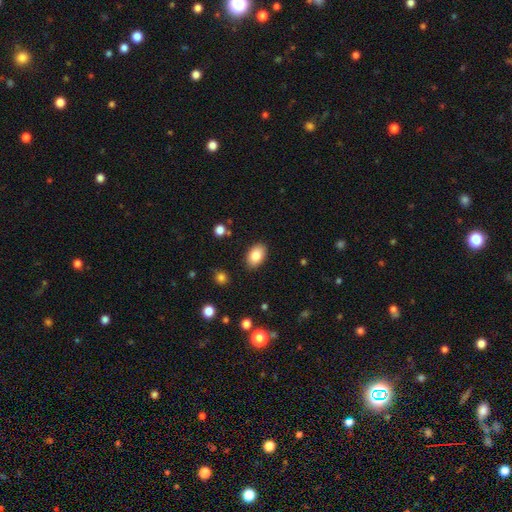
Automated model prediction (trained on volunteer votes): The model was most divided on "smooth or featured": smooth: 83%, featured or disk: 9%, star or artifact: 8%. More confident: how rounded — in between (90%); merging — none (88%).